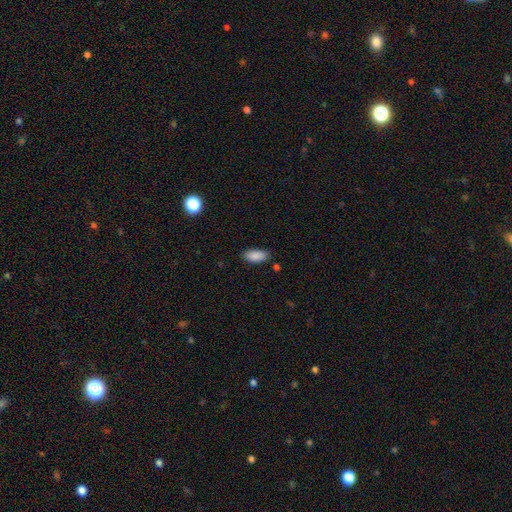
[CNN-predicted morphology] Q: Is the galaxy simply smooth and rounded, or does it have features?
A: smooth — 88%.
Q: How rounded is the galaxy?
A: in between — 87%.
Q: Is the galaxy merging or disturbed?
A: none — 83%.